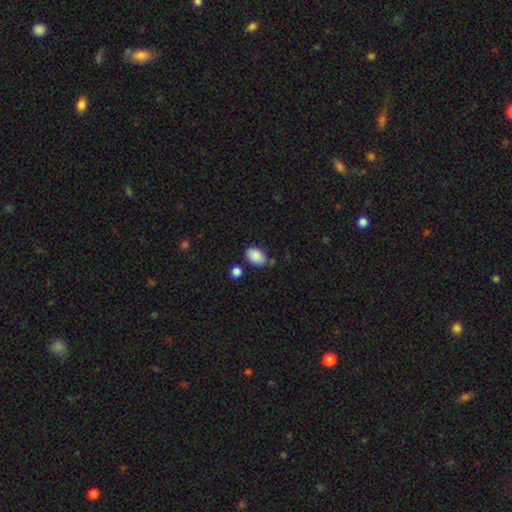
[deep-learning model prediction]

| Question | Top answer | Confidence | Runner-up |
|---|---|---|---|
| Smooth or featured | smooth | 89% | star or artifact (7%) |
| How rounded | in between | 88% | round (11%) |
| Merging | none | 72% | minor disturbance (17%) |